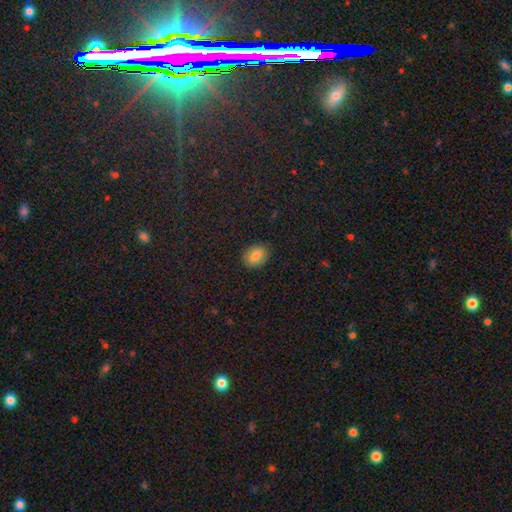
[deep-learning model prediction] A smooth galaxy with no disk features (80%) that is in between round and cigar-shaped (62%). Merging: none (87%).